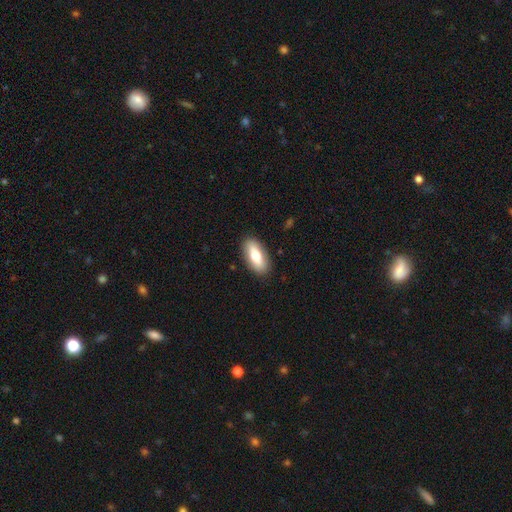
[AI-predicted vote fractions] Smooth or featured? Predicted: smooth (p=0.73). How rounded? Predicted: in between (p=0.80). Merging? Predicted: none (p=0.88).